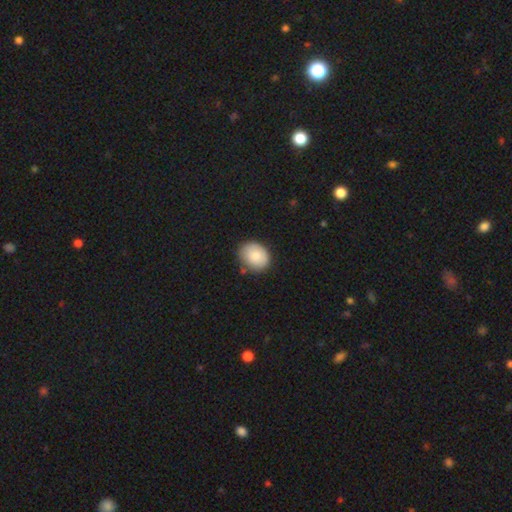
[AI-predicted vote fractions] Smooth or featured: smooth — 85% (featured or disk — 8%)
How rounded: round — 50% (in between — 49%)
Merging: none — 81% (minor disturbance — 14%)